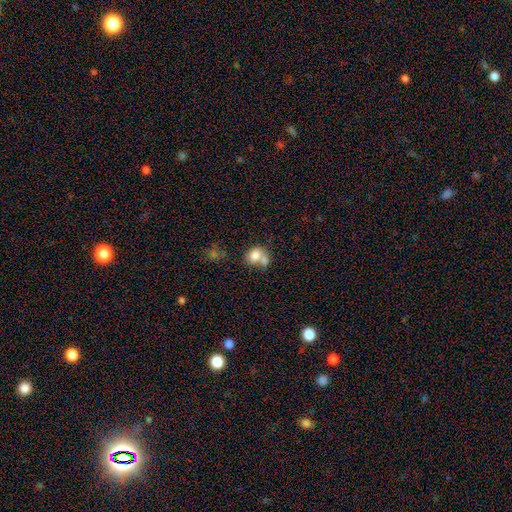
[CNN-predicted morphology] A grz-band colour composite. It shows a smooth galaxy with no disk features (77%) that is round (51%). Merging: merger (52%).